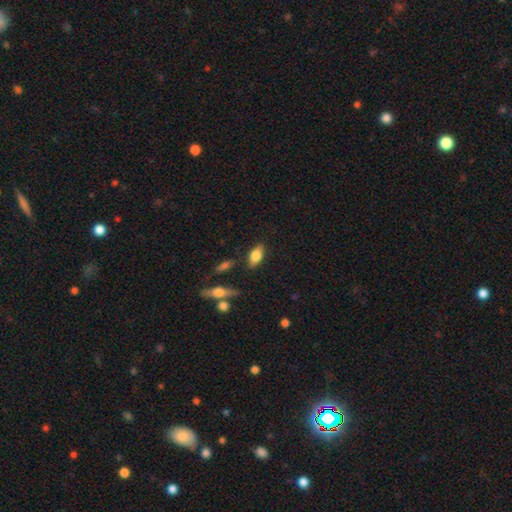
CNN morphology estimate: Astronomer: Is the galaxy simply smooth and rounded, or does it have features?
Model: smooth — 67%.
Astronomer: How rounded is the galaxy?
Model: in between — 83%.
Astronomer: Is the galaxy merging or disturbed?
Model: none — 81%.